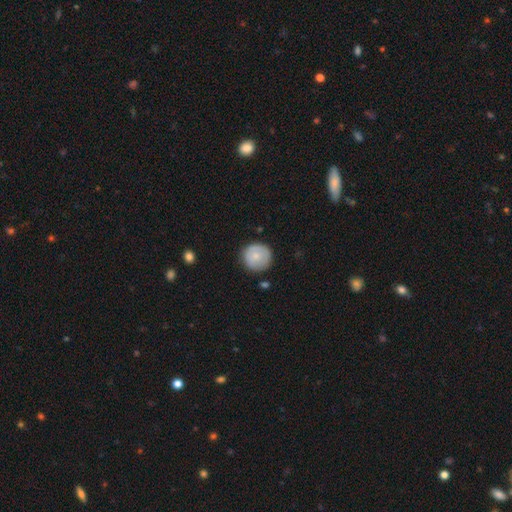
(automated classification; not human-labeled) Smooth or featured: smooth — 76% (featured or disk — 18%)
How rounded: round — 95% (in between — 4%)
Merging: none — 83% (minor disturbance — 12%)